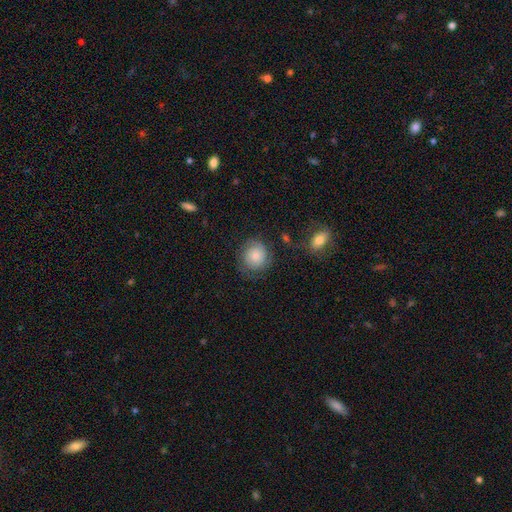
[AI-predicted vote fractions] This is likely a smooth galaxy (69%). How rounded: clearly round (87%). Merging: likely none (73%).